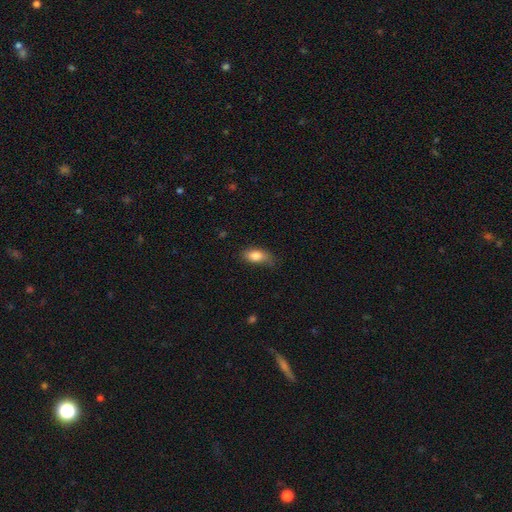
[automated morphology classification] Overall: smooth (83%). How rounded: in between (87%). Merging: none (67%).